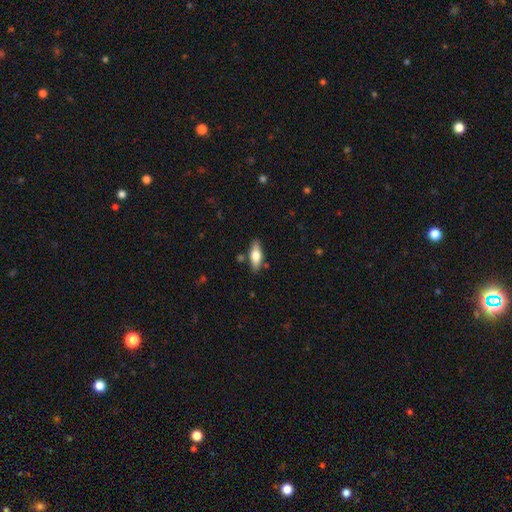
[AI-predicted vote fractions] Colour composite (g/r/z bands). It shows a smooth galaxy with no disk features (66%) that is in between round and cigar-shaped (70%). Merging: none (82%).